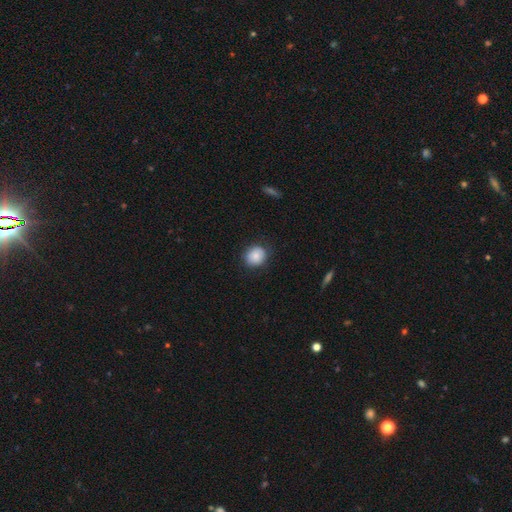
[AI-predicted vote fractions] Smooth or featured? Predicted: smooth (p=0.84). How rounded? Predicted: round (p=0.75). Merging? Predicted: none (p=0.80).